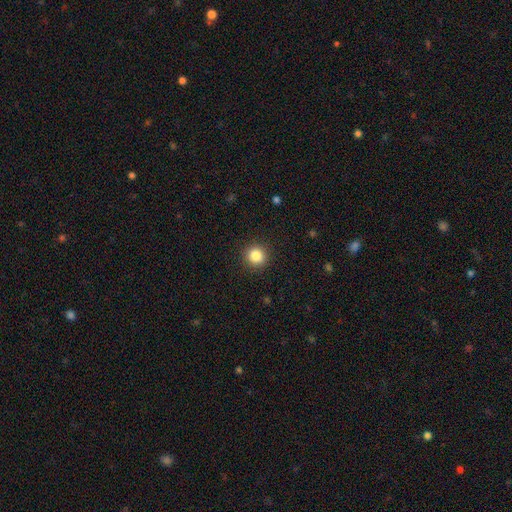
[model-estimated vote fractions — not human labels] A smooth galaxy with no disk features (85%) that is round (91%). Merging: none (91%).